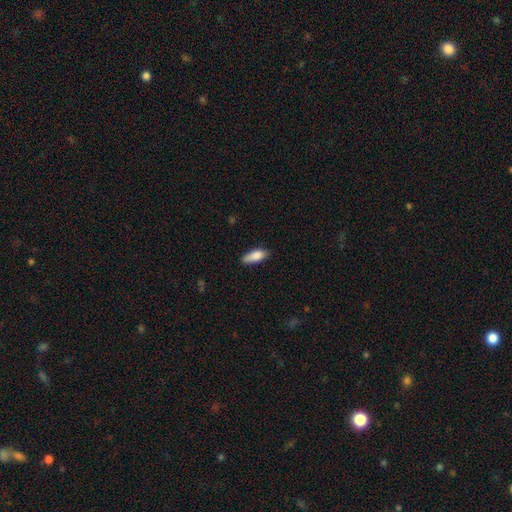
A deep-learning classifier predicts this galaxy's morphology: Overall: smooth (85%). How rounded: in between (69%). Merging: none (74%).